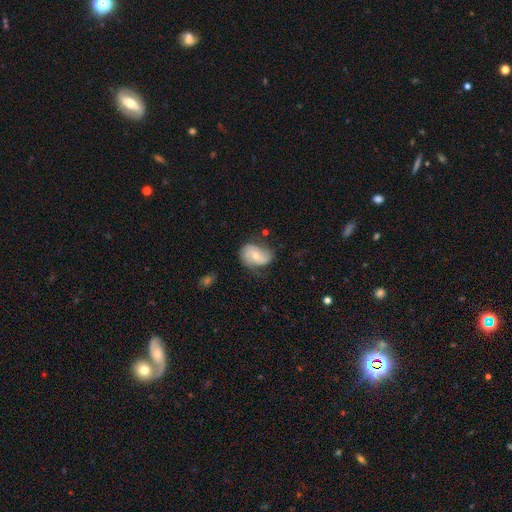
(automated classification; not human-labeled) smooth_or_featured: featured or disk (p=0.53) [alt: smooth p=0.40]
disk_edge_on: no (p=0.96) [alt: yes p=0.04]
bar: no (p=0.58) [alt: weak p=0.33]
has_spiral_arms: yes (p=0.79) [alt: no p=0.21]
bulge_size: moderate (p=0.58) [alt: small p=0.38]
merging: none (p=0.58) [alt: minor disturbance p=0.29]